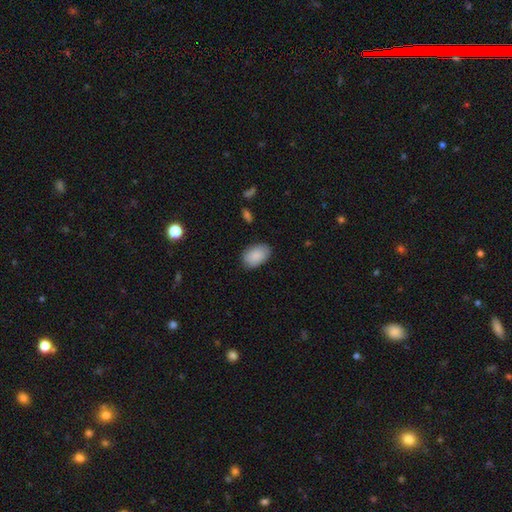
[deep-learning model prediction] smooth 88%, featured or disk 6%, star or artifact 6%. Down the decision tree: how rounded — in between (90%); merging — none (83%).